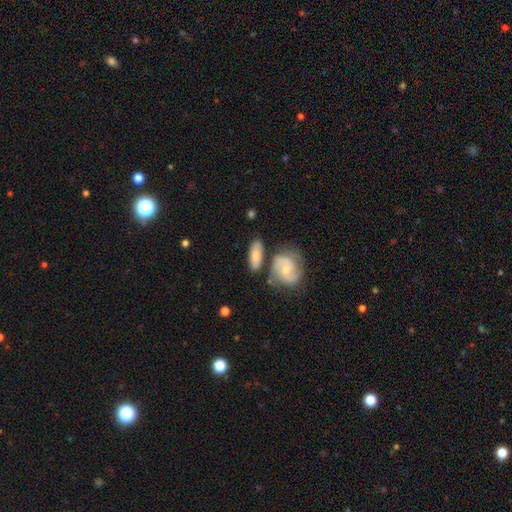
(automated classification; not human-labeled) Q: Smooth or featured?
A: smooth (59%); runner-up: featured or disk (35%)
Q: How rounded?
A: in between (72%); runner-up: cigar-shaped (22%)
Q: Merging?
A: none (64%); runner-up: minor disturbance (16%)